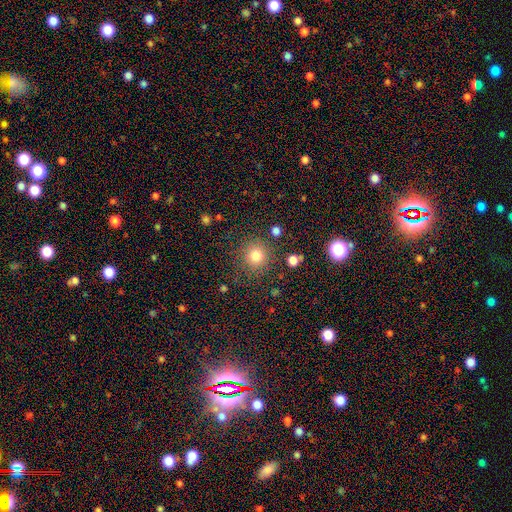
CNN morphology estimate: smooth_or_featured: smooth (p=0.79) [alt: star or artifact p=0.14]
how_rounded: round (p=0.92) [alt: in between p=0.07]
merging: none (p=0.84) [alt: minor disturbance p=0.09]